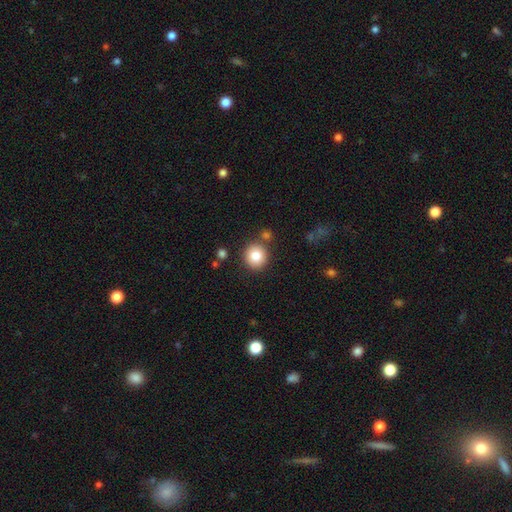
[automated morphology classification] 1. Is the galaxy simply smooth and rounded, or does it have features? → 82% smooth, 10% star or artifact, 8% featured or disk.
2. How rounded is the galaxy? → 90% round, 9% in between, 1% cigar-shaped.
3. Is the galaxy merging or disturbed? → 82% none, 8% minor disturbance, 7% merger, 3% major disturbance.